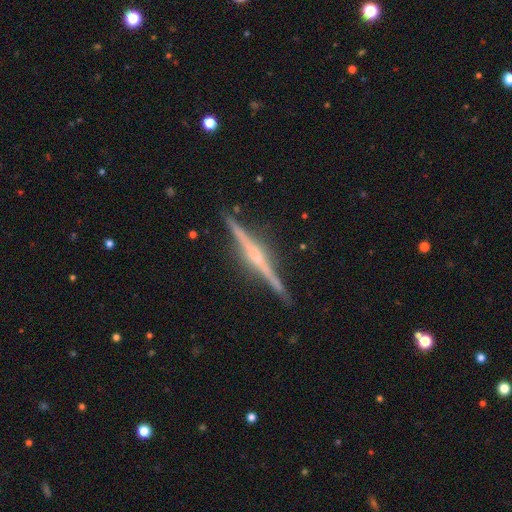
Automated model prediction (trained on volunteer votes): This is clearly a featured or disk galaxy (87%). It is clearly viewed edge-on (99%). Edge-on bulge: likely rounded (73%). Merging: clearly none (90%).